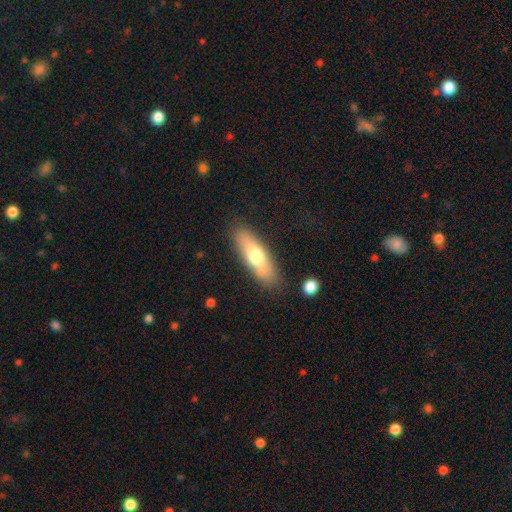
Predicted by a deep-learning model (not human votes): Smooth or featured? Predicted: smooth (p=0.63). How rounded? Predicted: in between (p=0.51). Merging? Predicted: none (p=0.81).